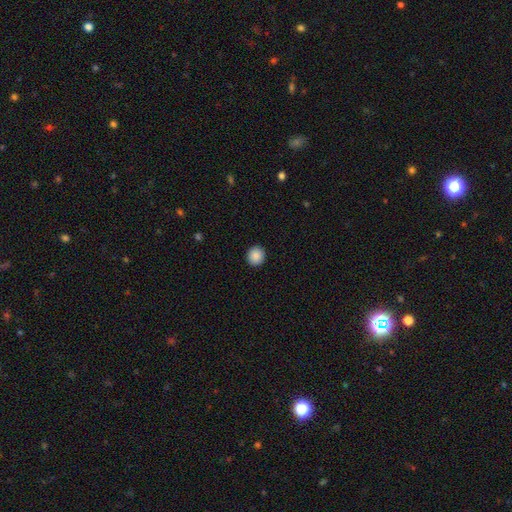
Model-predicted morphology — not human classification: Smooth or featured?
  - smooth: 89% *
  - star or artifact: 8%
  - featured or disk: 3%
How rounded?
  - round: 86% *
  - in between: 13%
  - cigar-shaped: 1%
Merging?
  - none: 93% *
  - minor disturbance: 5%
  - major disturbance: 2%
  - merger: 1%